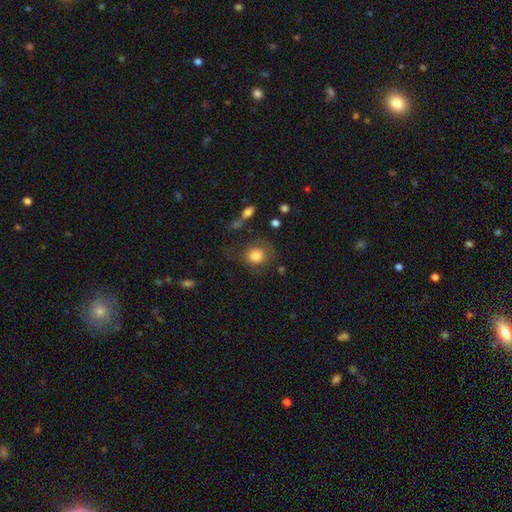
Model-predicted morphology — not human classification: Smooth or featured: smooth — 79% (featured or disk — 12%)
How rounded: round — 80% (in between — 18%)
Merging: none — 62% (minor disturbance — 19%)